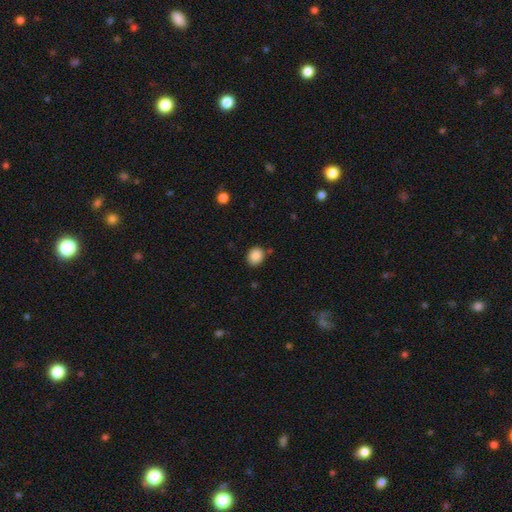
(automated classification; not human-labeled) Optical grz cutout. It shows a smooth galaxy with no disk features (88%) that is round (61%). Merging: none (82%).